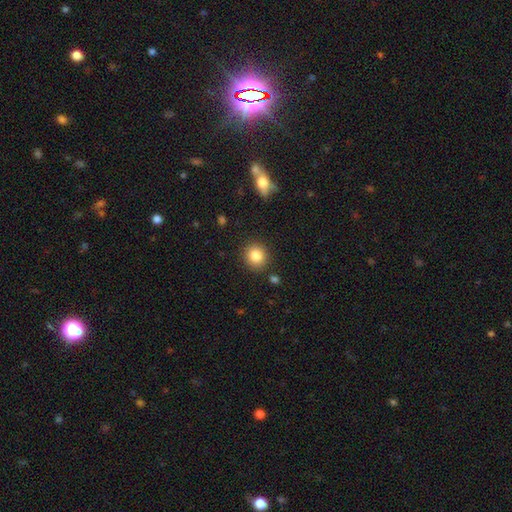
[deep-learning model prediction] A smooth galaxy with no disk features (84%) that is round (87%). Merging: none (88%).